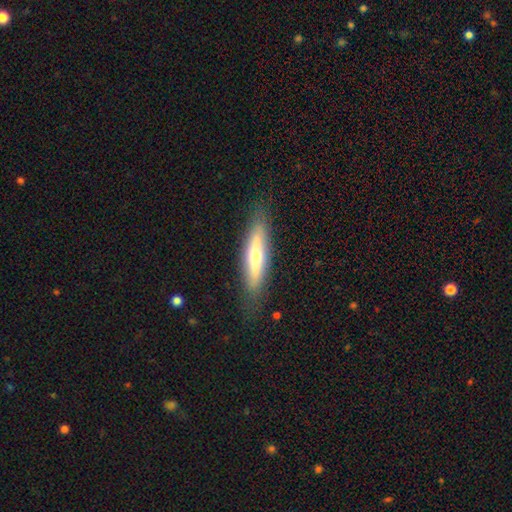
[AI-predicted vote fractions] A smooth galaxy with no disk features (48%).

Vote fractions:
- Smooth or featured? smooth: 48% / featured or disk: 45% / star or artifact: 6%
- Merging? none: 83% / minor disturbance: 13% / major disturbance: 3% / merger: 1%